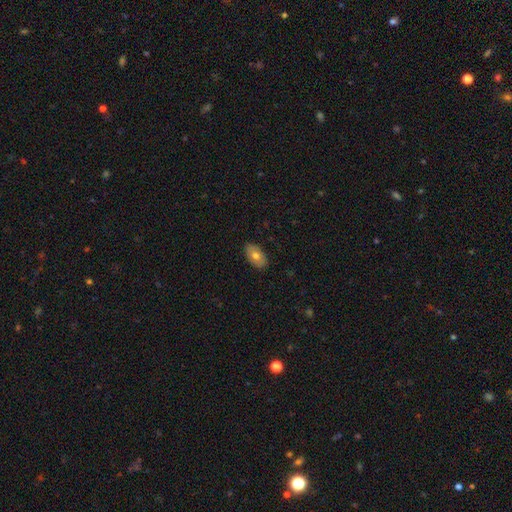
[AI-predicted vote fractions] Smooth or featured: smooth — 70% (featured or disk — 23%)
How rounded: in between — 92% (round — 6%)
Merging: none — 86% (minor disturbance — 11%)